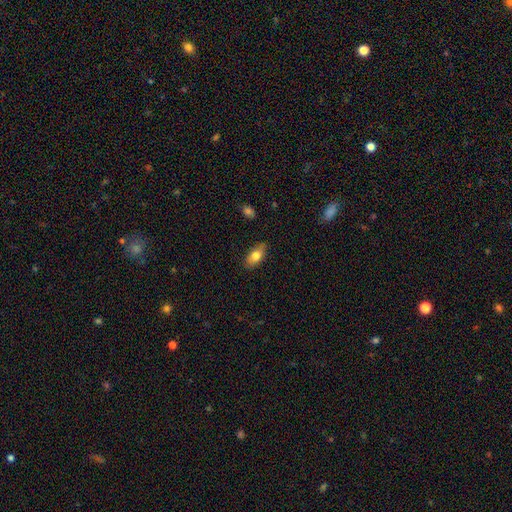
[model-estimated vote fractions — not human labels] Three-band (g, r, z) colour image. It shows a smooth galaxy with no disk features (77%) that is in between round and cigar-shaped (88%). Merging: none (82%).